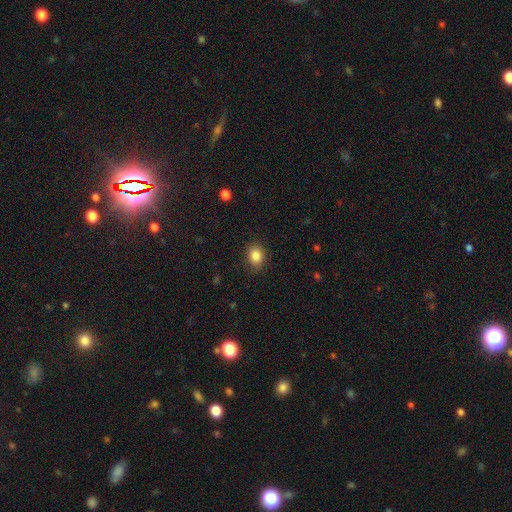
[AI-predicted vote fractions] The model was most divided on "how rounded": in between: 52%, round: 47%, cigar-shaped: 1%. More confident: smooth or featured — smooth (86%); merging — none (84%).